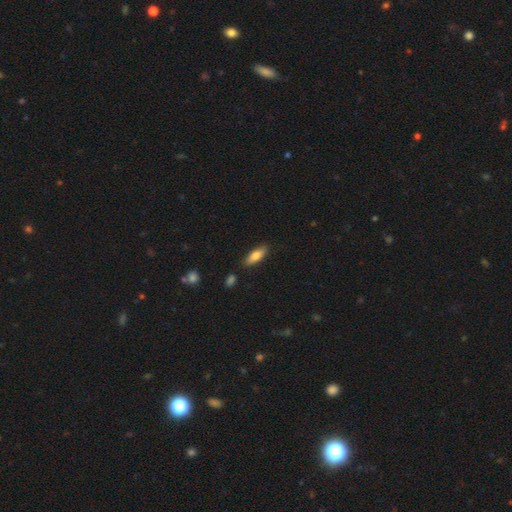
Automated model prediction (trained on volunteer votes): smooth_or_featured: smooth (p=0.78) [alt: featured or disk p=0.16]
how_rounded: in between (p=0.66) [alt: cigar-shaped p=0.32]
merging: none (p=0.84) [alt: minor disturbance p=0.12]